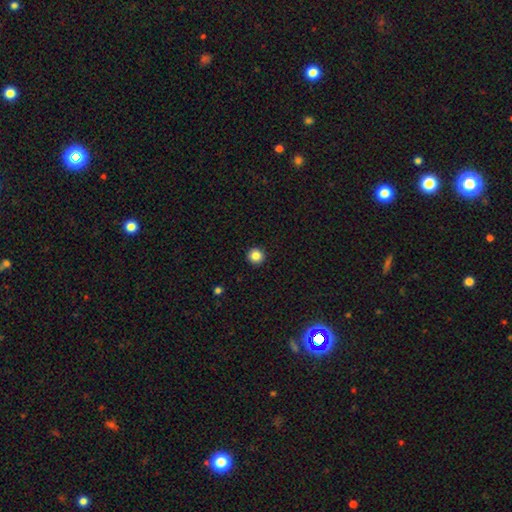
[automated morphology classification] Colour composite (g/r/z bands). It shows a smooth galaxy with no disk features (86%) that is round (96%). Merging: none (94%).